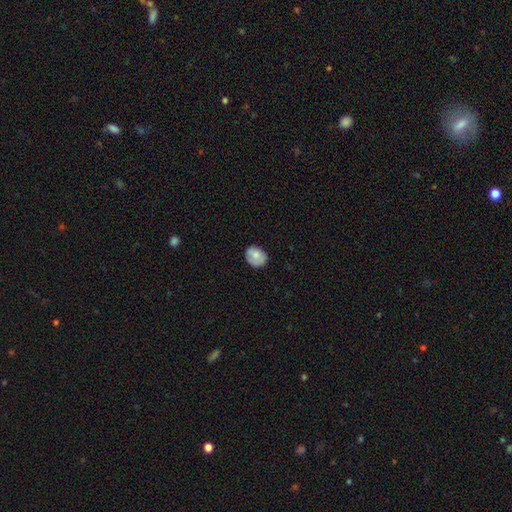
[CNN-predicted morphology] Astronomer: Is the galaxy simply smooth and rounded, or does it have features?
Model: smooth — 74%.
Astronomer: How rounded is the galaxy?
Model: round — 56% (runner-up: in between, 43%).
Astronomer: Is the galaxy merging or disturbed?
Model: none — 75%.